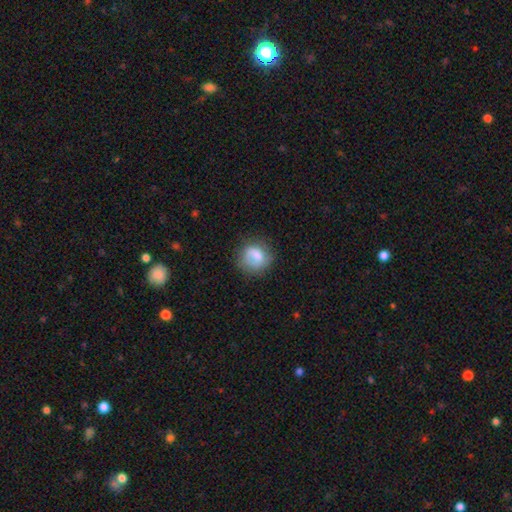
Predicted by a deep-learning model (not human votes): Morphology: type=smooth (69%); roundness=round (79%); merging=none (61%).